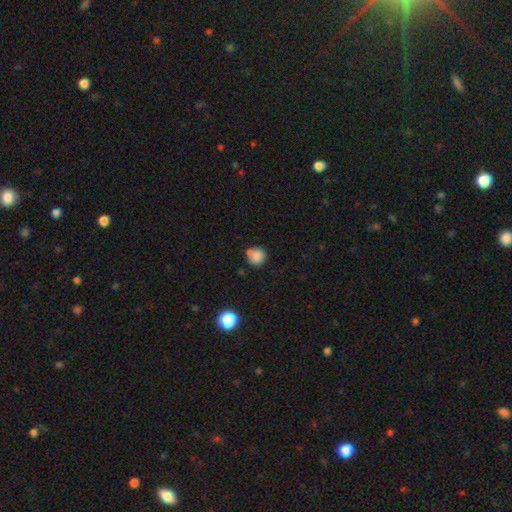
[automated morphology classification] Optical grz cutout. It shows a smooth galaxy with no disk features (81%) that is round (88%). Merging: none (60%).